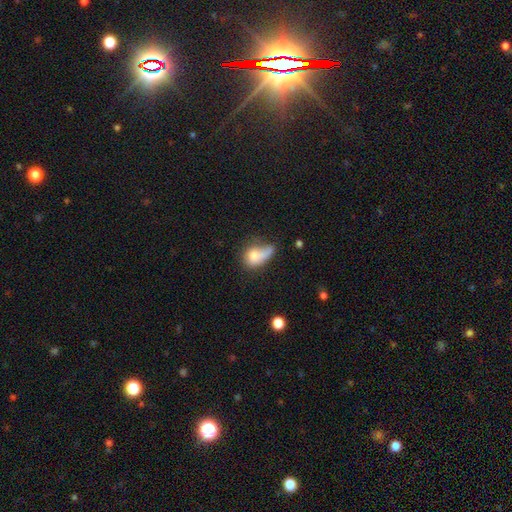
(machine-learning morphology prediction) smooth-or-featured: smooth: 68% | featured or disk: 23% | star or artifact: 9%
  how-rounded: in between: 69% | round: 28% | cigar-shaped: 3%
  merging: major disturbance: 36% | minor disturbance: 24% | none: 23% | merger: 17%